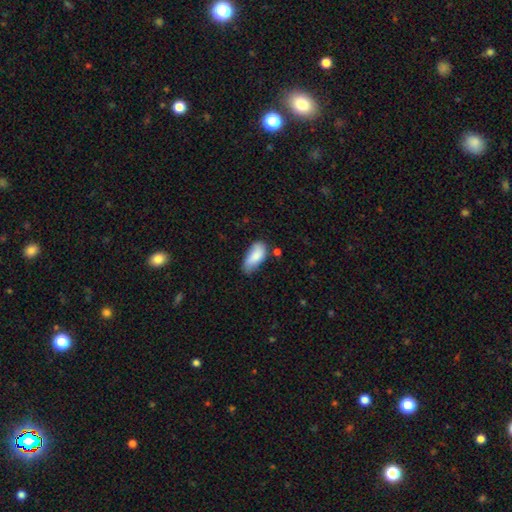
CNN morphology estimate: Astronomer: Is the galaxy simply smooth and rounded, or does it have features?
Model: smooth — 81%.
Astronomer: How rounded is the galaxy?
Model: in between — 90%.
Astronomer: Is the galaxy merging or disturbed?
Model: none — 54% (runner-up: minor disturbance, 34%).